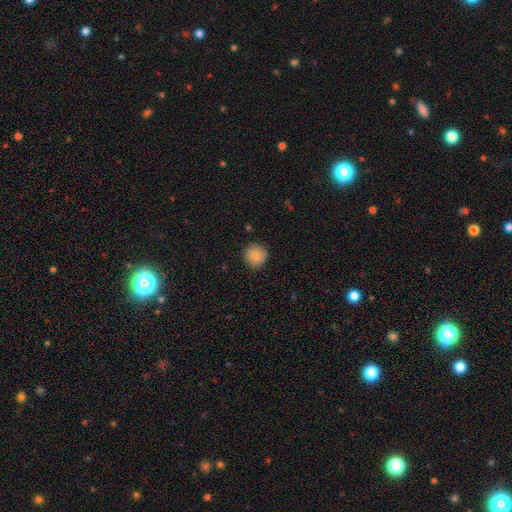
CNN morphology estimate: The model was most divided on "smooth or featured": smooth: 86%, star or artifact: 8%, featured or disk: 6%. More confident: how rounded — round (94%); merging — none (89%).